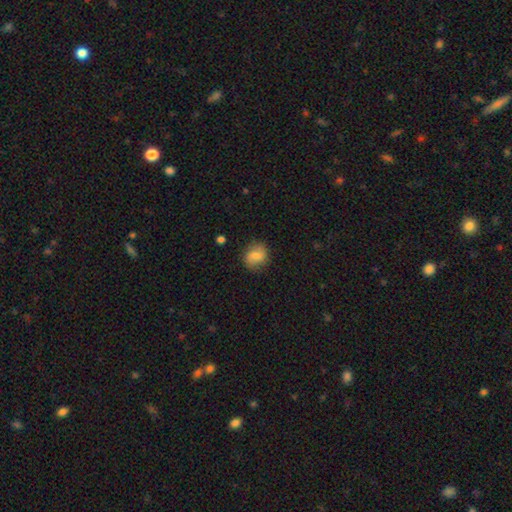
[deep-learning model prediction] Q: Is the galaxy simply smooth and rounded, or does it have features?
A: smooth — 71%.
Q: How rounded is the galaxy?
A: round — 65%.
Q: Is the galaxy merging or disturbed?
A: none — 79%.